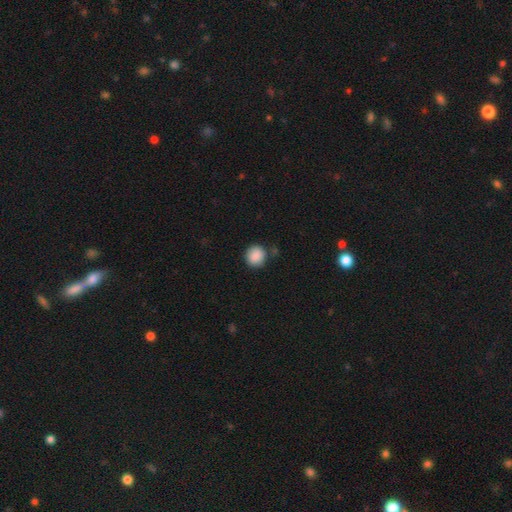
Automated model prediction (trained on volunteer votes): smooth 89%, star or artifact 8%, featured or disk 3%. Down the decision tree: how rounded — round (87%); merging — none (80%).